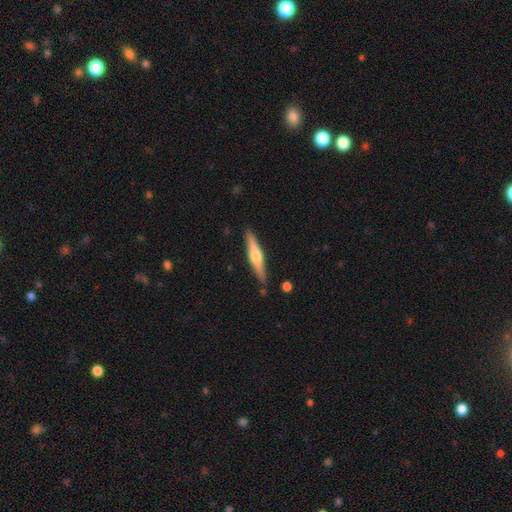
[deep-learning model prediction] Smooth or featured: featured or disk — 62% (smooth — 33%)
Edge-on disk: yes — 97% (no — 3%)
Edge-on bulge: rounded — 90% (boxy — 6%)
Merging: none — 86% (minor disturbance — 10%)